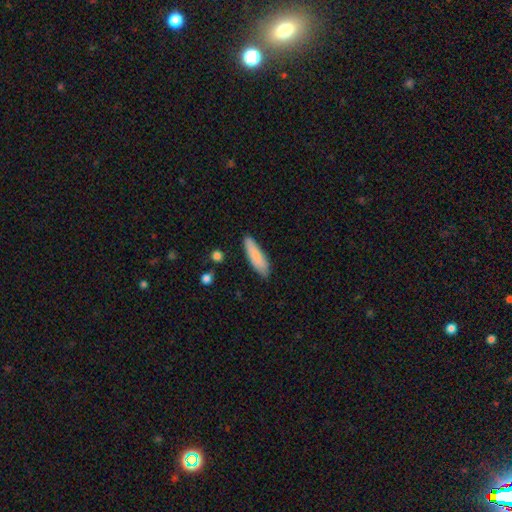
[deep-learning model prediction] smooth-or-featured: smooth: 85% | featured or disk: 9% | star or artifact: 6%
  how-rounded: cigar-shaped: 64% | in between: 35% | round: 2%
  merging: none: 83% | minor disturbance: 13% | major disturbance: 2% | merger: 2%